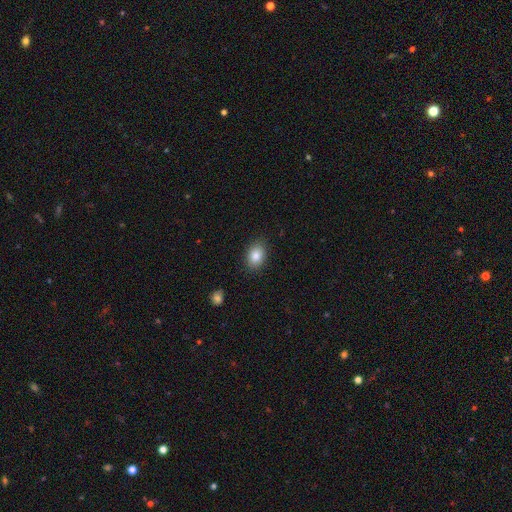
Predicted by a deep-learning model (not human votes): This is clearly a smooth galaxy (84%). How rounded: likely in between (74%). Merging: clearly none (85%).